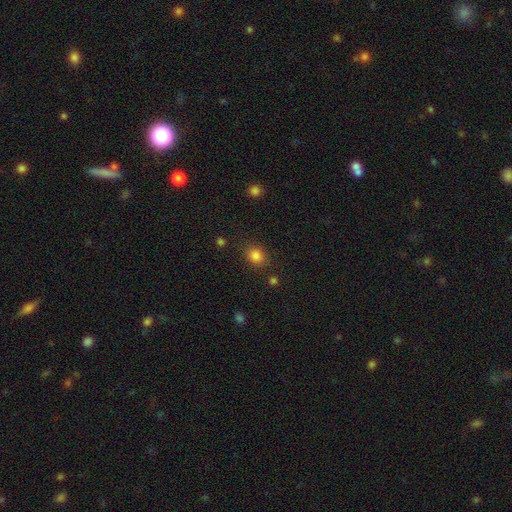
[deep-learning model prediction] Smooth or featured? smooth (84%)
How rounded? round (72%)
Merging? none (83%)